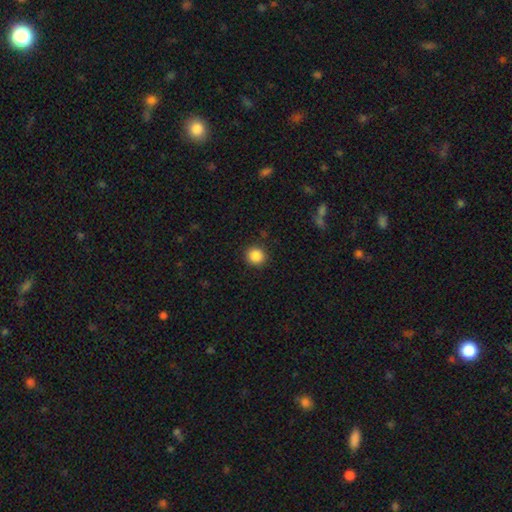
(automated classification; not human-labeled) A smooth galaxy with no disk features (87%) that is round (90%). Merging: none (91%).